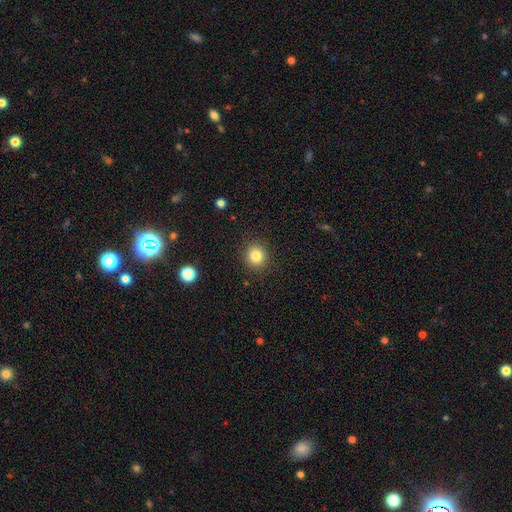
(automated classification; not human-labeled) smooth 83%, star or artifact 11%, featured or disk 6%. Down the decision tree: how rounded — round (85%); merging — none (89%).